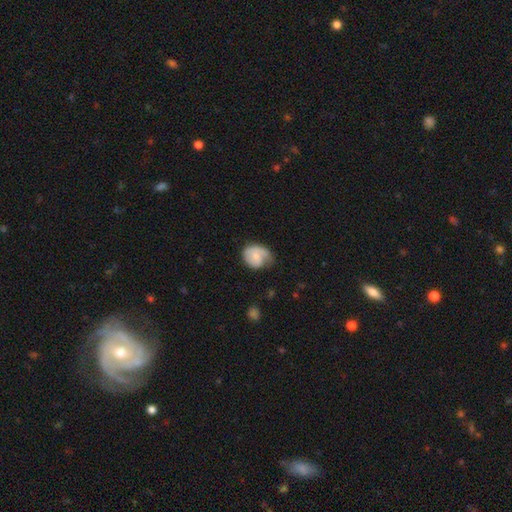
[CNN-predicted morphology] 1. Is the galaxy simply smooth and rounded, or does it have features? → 48% smooth, 46% featured or disk, 6% star or artifact.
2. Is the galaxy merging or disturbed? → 44% none, 36% minor disturbance, 19% major disturbance, 2% merger.